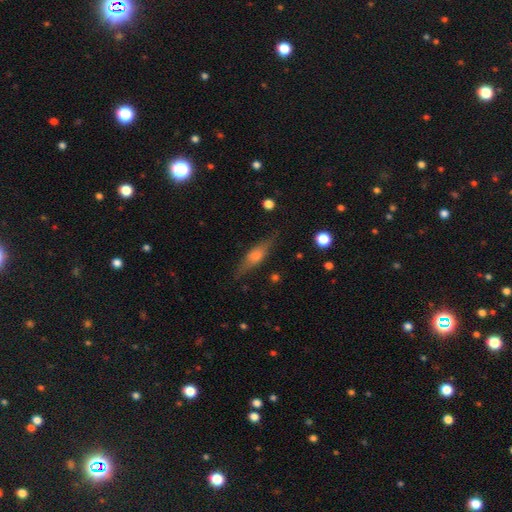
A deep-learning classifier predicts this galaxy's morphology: Smooth or featured? featured or disk (56%)
Edge-on disk? yes (90%)
Edge-on bulge? rounded (84%)
Merging? none (81%)